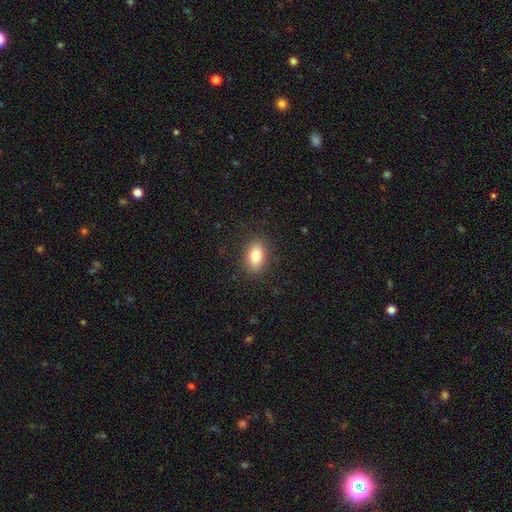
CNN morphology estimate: The model was most divided on "smooth or featured": smooth: 82%, featured or disk: 9%, star or artifact: 8%. More confident: merging — none (87%); how rounded — in between (86%).